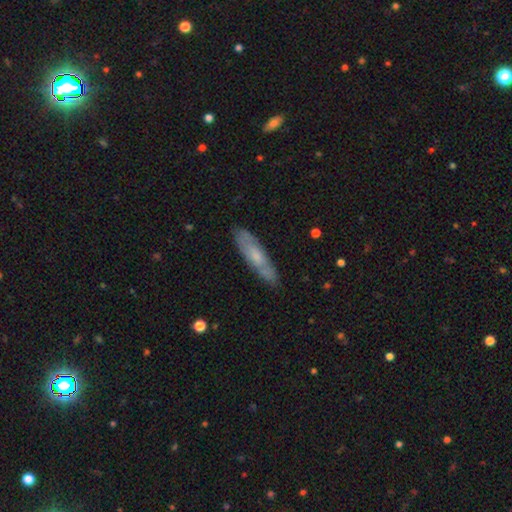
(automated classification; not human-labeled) A smooth galaxy with no disk features (50%). Merging: none (80%).